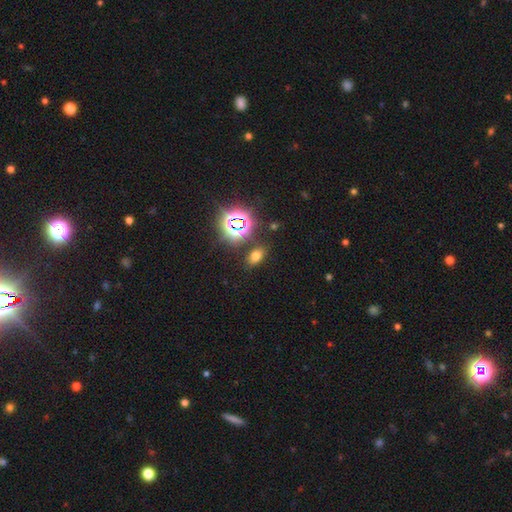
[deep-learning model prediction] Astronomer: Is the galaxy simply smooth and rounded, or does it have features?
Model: smooth — 59%.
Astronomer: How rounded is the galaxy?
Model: in between — 83%.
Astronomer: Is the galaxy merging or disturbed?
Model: none — 83%.